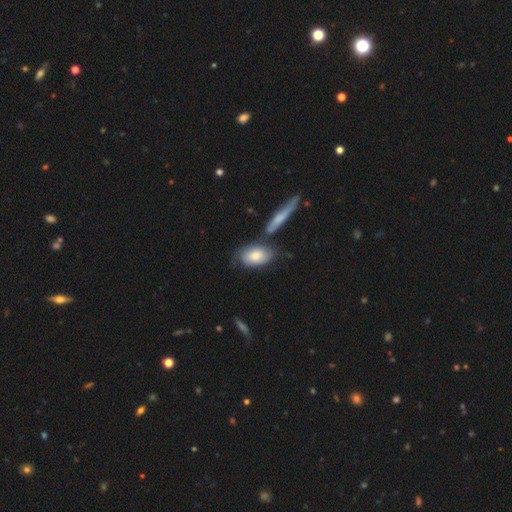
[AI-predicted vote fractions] This appears to be a smooth galaxy with no disk features (68%) that is in between round and cigar-shaped (87%). Merging: none (51%).